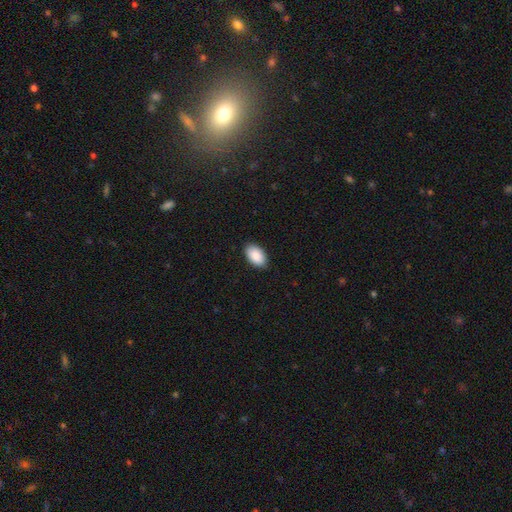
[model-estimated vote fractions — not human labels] Morphology: type=smooth (90%); roundness=in between (95%); merging=none (89%).